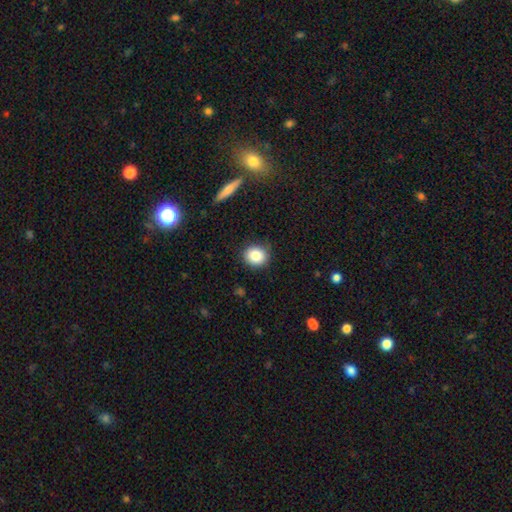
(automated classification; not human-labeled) Smooth or featured? Predicted: smooth (p=0.84). How rounded? Predicted: round (p=0.82). Merging? Predicted: none (p=0.86).